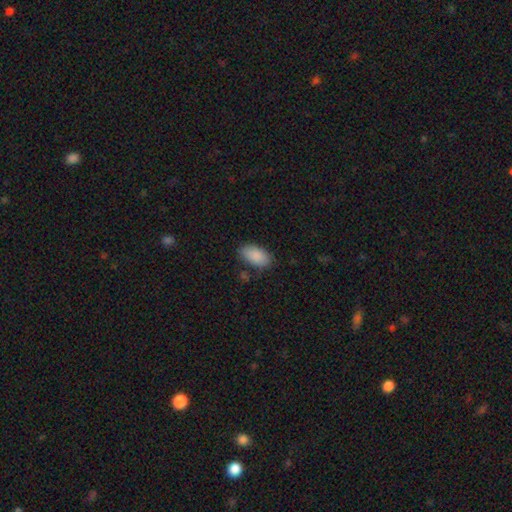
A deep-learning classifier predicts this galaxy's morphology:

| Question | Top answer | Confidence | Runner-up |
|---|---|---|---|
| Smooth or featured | smooth | 89% | star or artifact (7%) |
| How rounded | in between | 94% | round (4%) |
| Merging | none | 77% | minor disturbance (16%) |